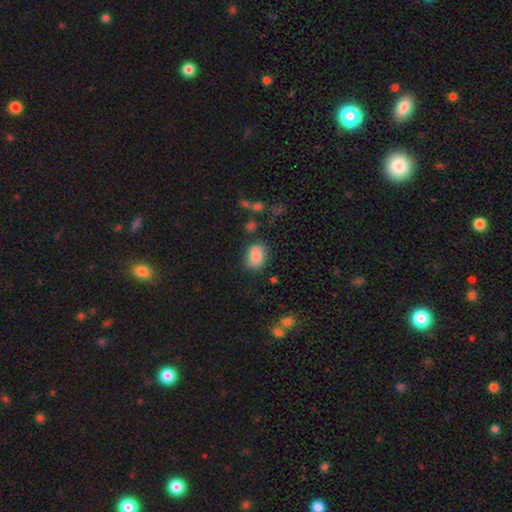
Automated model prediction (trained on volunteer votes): Smooth or featured: smooth — 78% (featured or disk — 13%)
How rounded: in between — 67% (round — 32%)
Merging: none — 55% (minor disturbance — 23%)